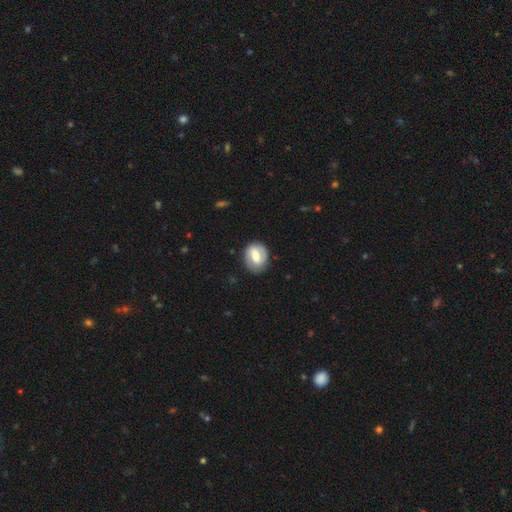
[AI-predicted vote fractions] Smooth or featured?
  - featured or disk: 56% *
  - smooth: 38%
  - star or artifact: 6%
Edge-on disk?
  - no: 96% *
  - yes: 4%
Bar?
  - strong: 42% * (tied)
  - weak: 42% * (tied)
  - no: 16%
Spiral arms?
  - yes: 71% *
  - no: 29%
Bulge size?
  - moderate: 54% *
  - large: 21%
  - small: 19%
  - none: 4%
  - dominant: 2%
Merging?
  - none: 80% *
  - minor disturbance: 14%
  - major disturbance: 4%
  - merger: 1%